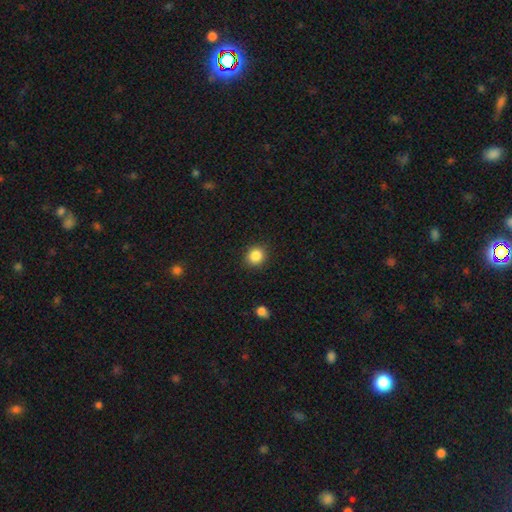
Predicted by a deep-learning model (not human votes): Smooth or featured: smooth — 86% (star or artifact — 10%)
How rounded: round — 85% (in between — 14%)
Merging: none — 90% (minor disturbance — 7%)